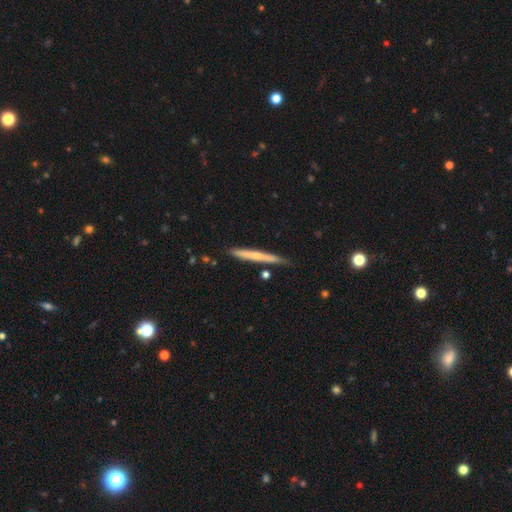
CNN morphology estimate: type=smooth (50%); roundness=cigar-shaped (96%); merging=none (84%).